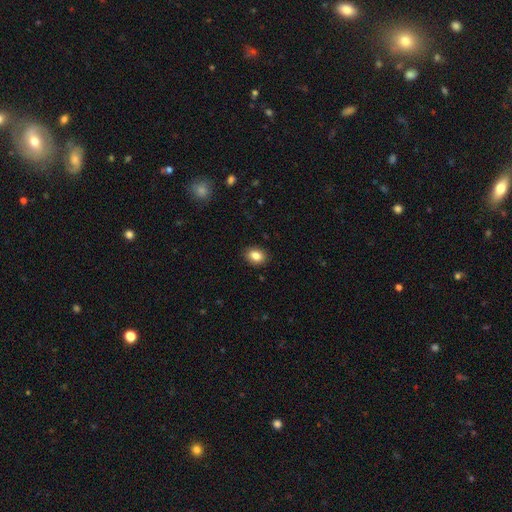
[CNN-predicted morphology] Smooth or featured? smooth (85%)
How rounded? in between (66%)
Merging? none (89%)